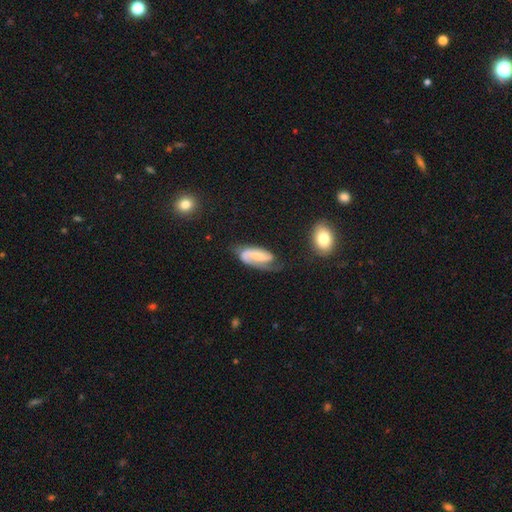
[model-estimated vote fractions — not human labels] This is likely a featured or disk galaxy (69%). It is clearly not viewed edge-on (95%). Bar: possibly no (45%). Spiral arm pattern: clearly yes (92%). Spiral arm count: possibly 2 (56%). Spiral winding: marginally medium (42%). Central bulge: marginally none (35%). Merging: possibly none (47%).